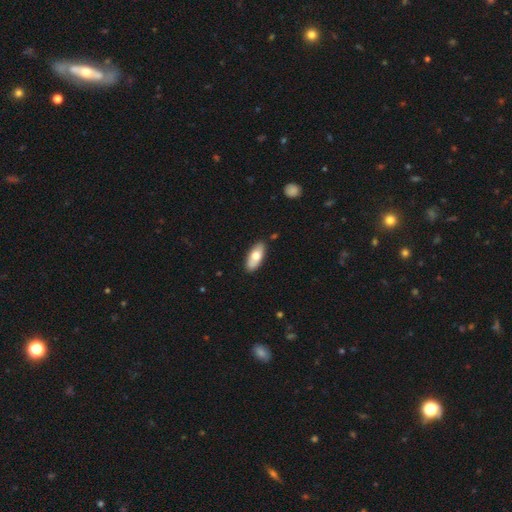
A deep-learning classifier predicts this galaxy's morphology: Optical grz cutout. It shows a smooth galaxy with no disk features (71%) that is in between round and cigar-shaped (85%). Merging: none (87%).